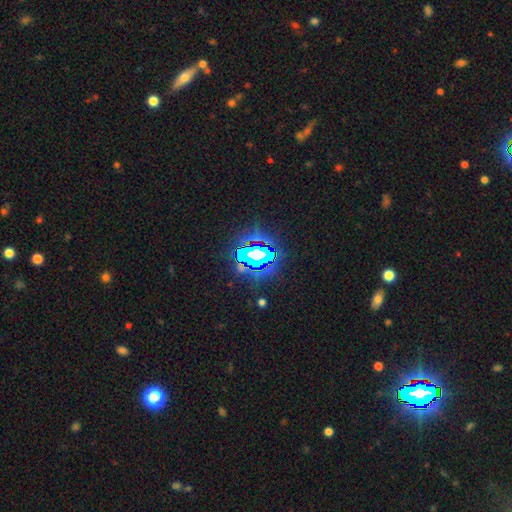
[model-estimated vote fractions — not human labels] smooth-or-featured: star or artifact: 71% | featured or disk: 15% | smooth: 14%